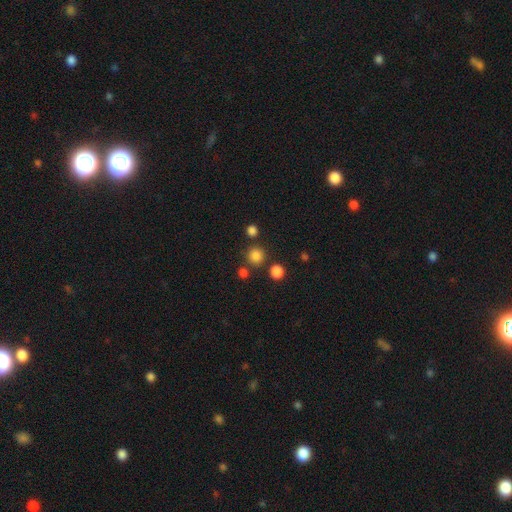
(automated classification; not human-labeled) This is clearly a smooth galaxy (81%). How rounded: clearly round (92%). Merging: clearly none (81%).